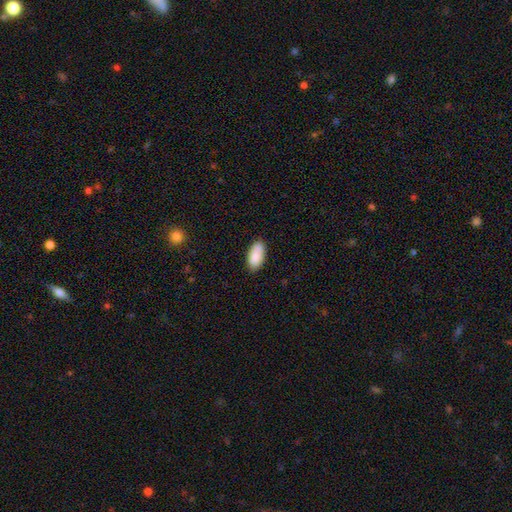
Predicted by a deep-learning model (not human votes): The model was most divided on "merging": none: 83%, minor disturbance: 13%, major disturbance: 2%, merger: 1%. More confident: how rounded — in between (93%); smooth or featured — smooth (88%).